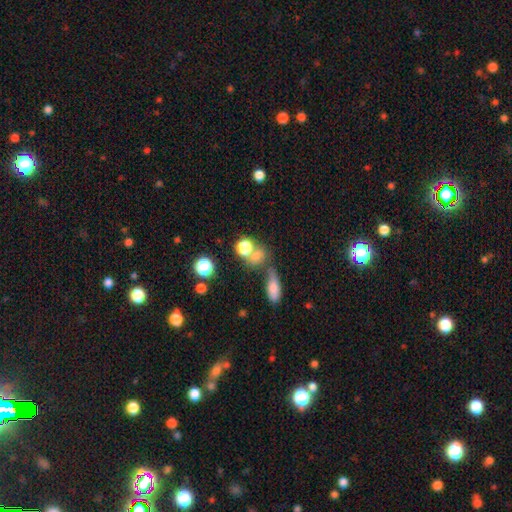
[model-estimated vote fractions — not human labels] smooth-or-featured: smooth: 68% | star or artifact: 21% | featured or disk: 11%
  how-rounded: round: 64% | in between: 32% | cigar-shaped: 4%
  merging: none: 45% | merger: 37% | minor disturbance: 11% | major disturbance: 7%